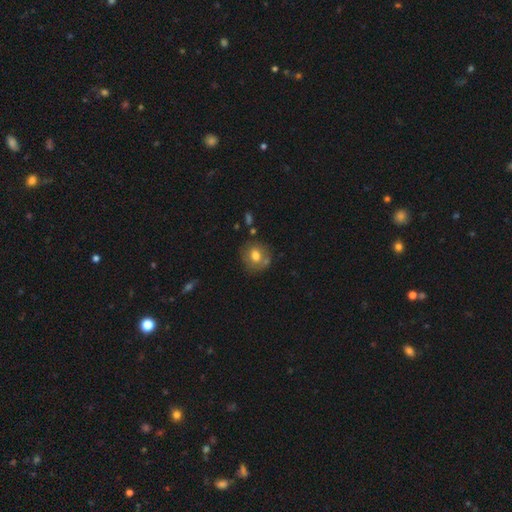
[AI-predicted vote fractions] A smooth galaxy with no disk features (72%) that is round (78%). Merging: none (67%).